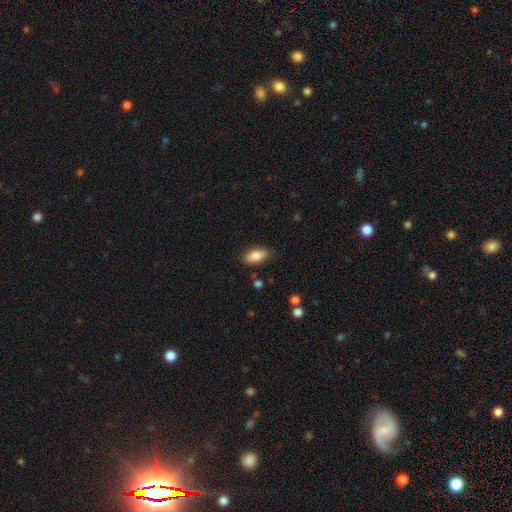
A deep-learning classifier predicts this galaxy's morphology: The model was most divided on "merging": none: 85%, minor disturbance: 11%, major disturbance: 2%, merger: 2%. More confident: how rounded — in between (89%); smooth or featured — smooth (84%).